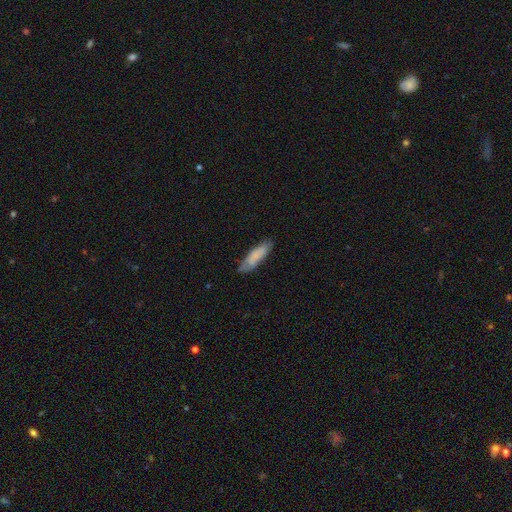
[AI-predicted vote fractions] smooth_or_featured: smooth (p=0.77) [alt: featured or disk p=0.17]
how_rounded: cigar-shaped (p=0.56) [alt: in between p=0.43]
merging: none (p=0.74) [alt: minor disturbance p=0.20]